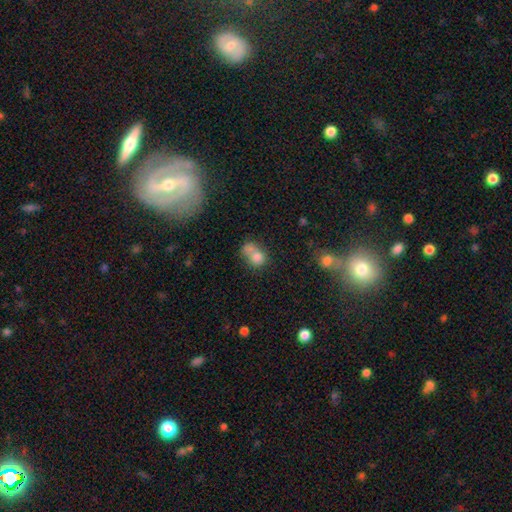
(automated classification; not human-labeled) Smooth or featured: smooth — 76% (featured or disk — 13%)
How rounded: round — 60% (in between — 39%)
Merging: merger — 57% (none — 26%)